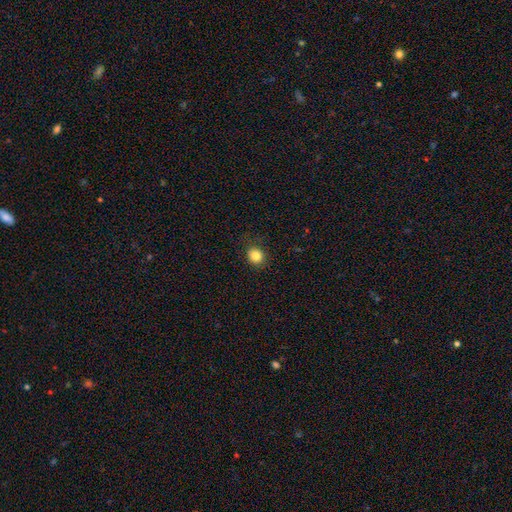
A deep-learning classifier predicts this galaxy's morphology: smooth-or-featured: smooth: 84% | star or artifact: 11% | featured or disk: 5%
  how-rounded: round: 78% | in between: 21% | cigar-shaped: 1%
  merging: none: 86% | minor disturbance: 10% | major disturbance: 3% | merger: 1%